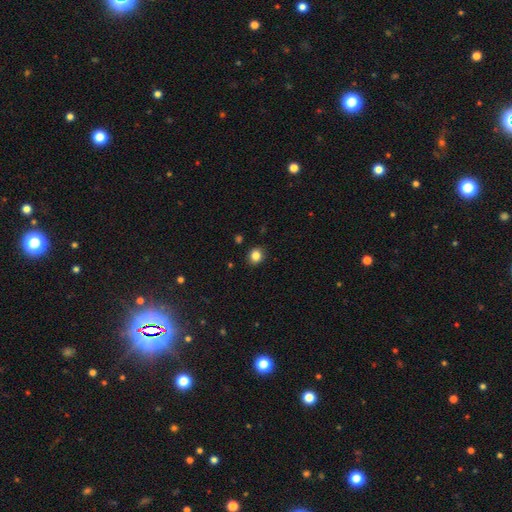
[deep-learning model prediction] Morphology: type=smooth (84%); roundness=round (77%); merging=none (90%).